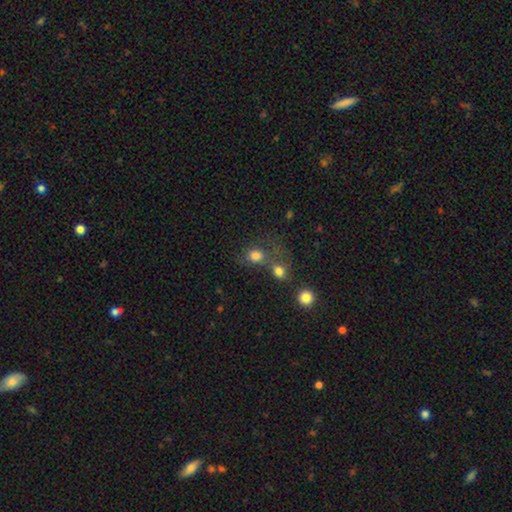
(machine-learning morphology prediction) smooth 79%, star or artifact 12%, featured or disk 9%. Down the decision tree: how rounded — round (62%); merging — none (41%).